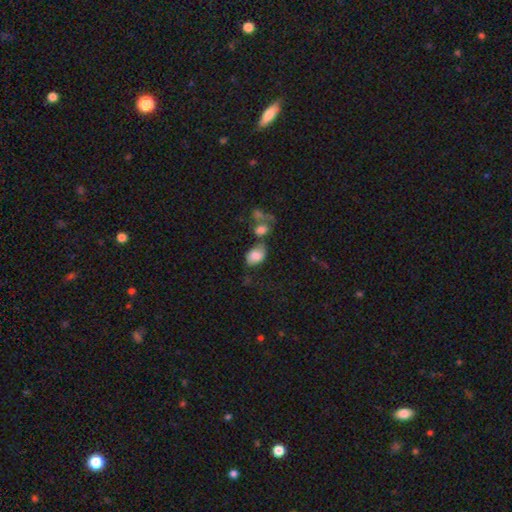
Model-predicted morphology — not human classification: Smooth or featured: smooth — 74% (featured or disk — 17%)
How rounded: in between — 77% (round — 21%)
Merging: none — 42% (merger — 25%)